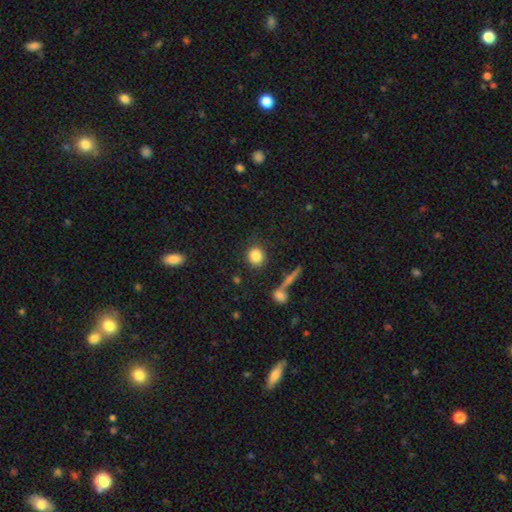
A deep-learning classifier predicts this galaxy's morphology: Smooth or featured? smooth (85%)
How rounded? round (83%)
Merging? none (84%)